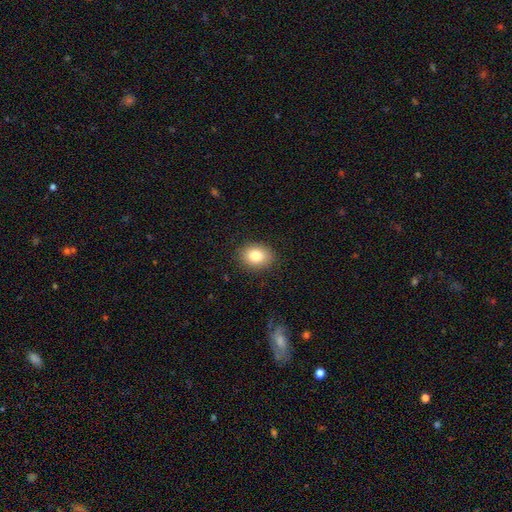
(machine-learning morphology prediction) Overall: smooth (82%). How rounded: in between (62%; round 38%). Merging: none (88%).